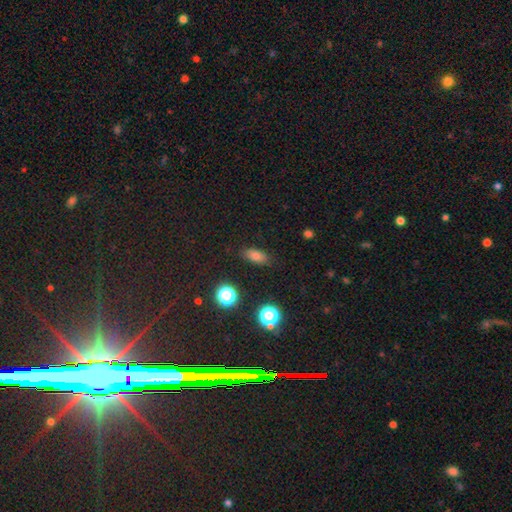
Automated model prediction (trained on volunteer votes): smooth_or_featured: smooth (p=0.76) [alt: star or artifact p=0.16]
how_rounded: in between (p=0.77) [alt: cigar-shaped p=0.13]
merging: none (p=0.86) [alt: minor disturbance p=0.10]